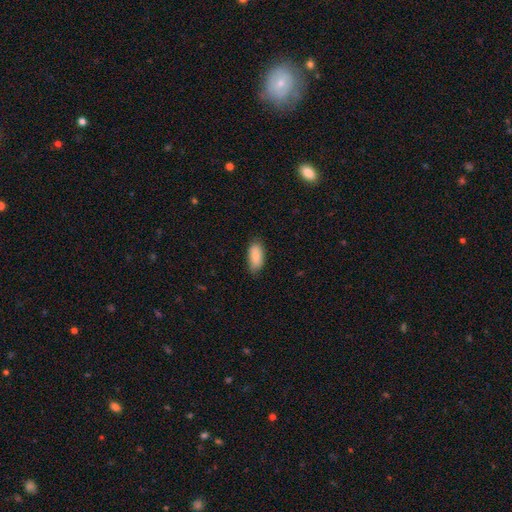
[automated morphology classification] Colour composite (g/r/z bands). It shows a smooth galaxy with no disk features (83%) that is in between round and cigar-shaped (90%). Merging: none (80%).